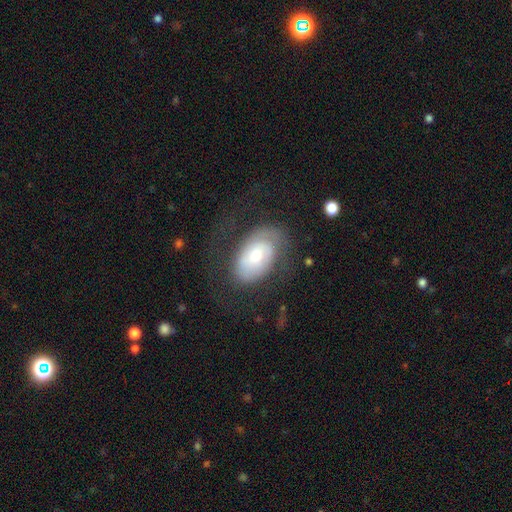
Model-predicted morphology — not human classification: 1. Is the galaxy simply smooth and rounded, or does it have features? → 56% featured or disk, 37% smooth, 7% star or artifact.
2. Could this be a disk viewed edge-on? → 94% no, 6% yes.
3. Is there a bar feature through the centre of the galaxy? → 64% no, 29% weak, 7% strong.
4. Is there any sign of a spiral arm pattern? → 78% yes, 22% no.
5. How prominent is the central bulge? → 57% moderate, 30% small, 9% large, 2% dominant, 2% none.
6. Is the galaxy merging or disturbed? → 56% none, 22% major disturbance, 21% minor disturbance, 2% merger.